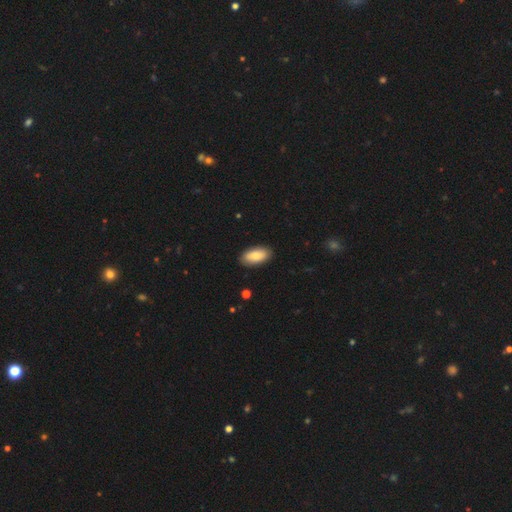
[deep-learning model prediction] Overall: smooth (83%). How rounded: in between (94%). Merging: none (89%).